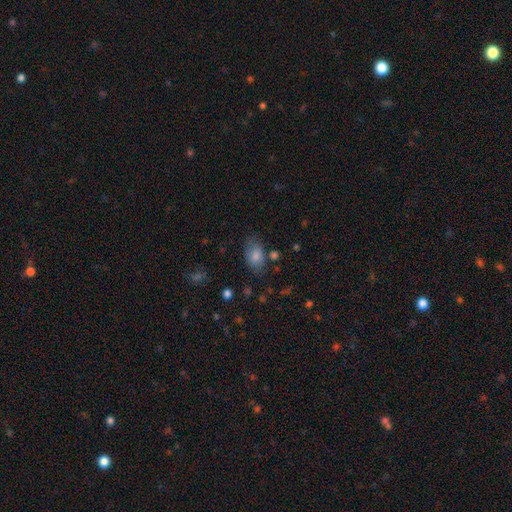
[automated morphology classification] A smooth galaxy with no disk features (82%) that is in between round and cigar-shaped (87%). Merging: none (65%).